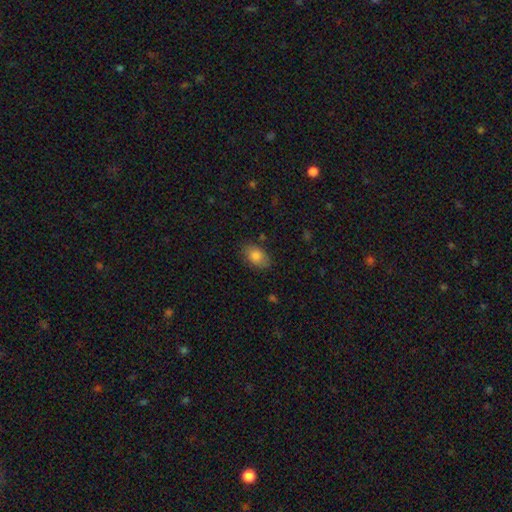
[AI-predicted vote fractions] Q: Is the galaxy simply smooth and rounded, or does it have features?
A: smooth — 82%.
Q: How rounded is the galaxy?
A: in between — 86%.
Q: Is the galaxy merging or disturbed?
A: none — 80%.